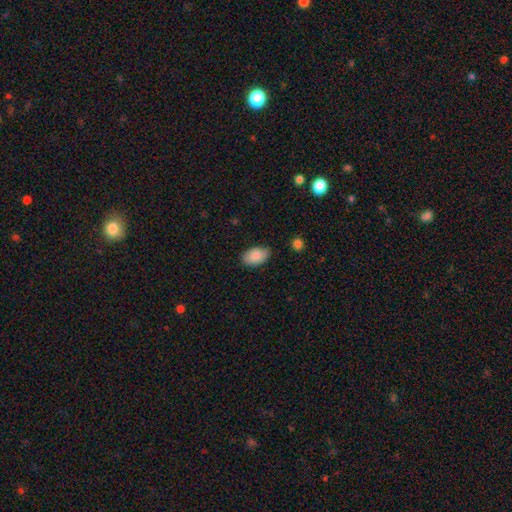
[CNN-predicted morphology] smooth 87%, featured or disk 6%, star or artifact 6%. Down the decision tree: how rounded — in between (93%); merging — none (78%).